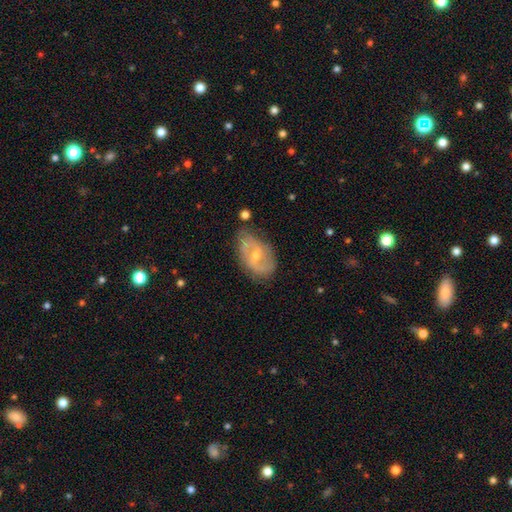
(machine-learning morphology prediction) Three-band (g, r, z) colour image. It shows a featured or disk galaxy (72%) with a weak bar (46%), 2 (76%) medium (42%) spiral arms (82%) and a small central bulge (51%). Merging: none (67%).